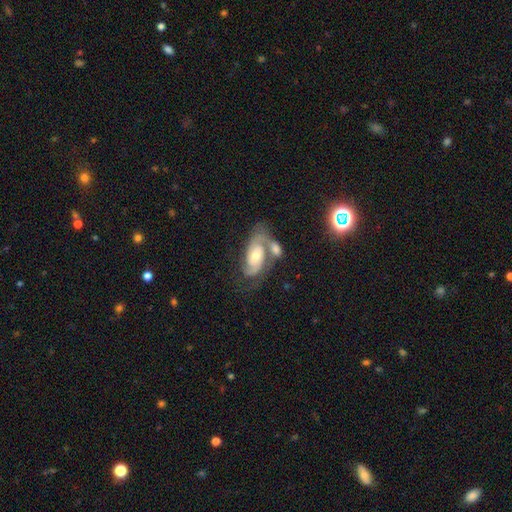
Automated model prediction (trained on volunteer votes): Smooth or featured?
  - featured or disk: 81% *
  - smooth: 12%
  - star or artifact: 7%
Edge-on disk?
  - no: 95% *
  - yes: 5%
Bar?
  - no: 63% *
  - weak: 29%
  - strong: 9%
Spiral arms?
  - yes: 95% *
  - no: 5%
Spiral winding?
  - tight: 47% *
  - medium: 42%
  - loose: 11%
Spiral arm count?
  - 2: 79% *
  - can't tell: 9%
  - 1: 5%
  - 3: 4%
  - 4: 1%
  - more than 4: 1%
Bulge size?
  - moderate: 51% *
  - small: 40%
  - large: 5%
  - none: 2%
  - dominant: 1%
Merging?
  - none: 46% *
  - merger: 28%
  - minor disturbance: 16%
  - major disturbance: 10%